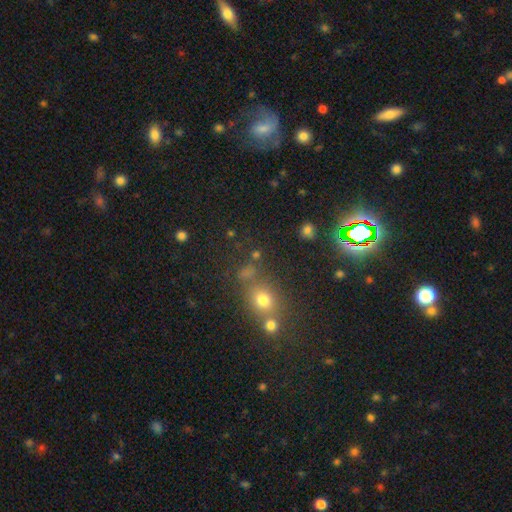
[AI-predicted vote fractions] Smooth or featured?
  - smooth: 49% *
  - star or artifact: 41%
  - featured or disk: 10%
Merging?
  - none: 65% *
  - merger: 18%
  - minor disturbance: 11%
  - major disturbance: 6%